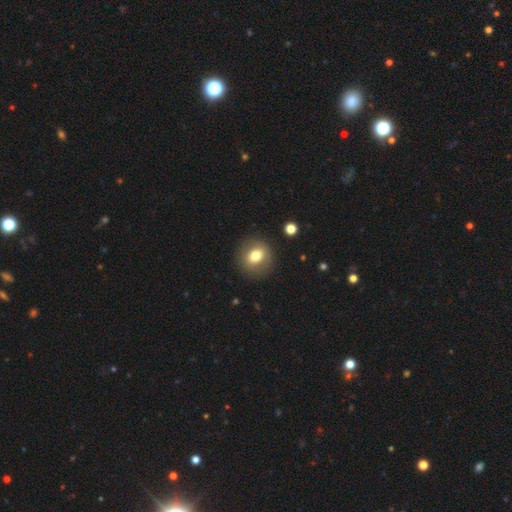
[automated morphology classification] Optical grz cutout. It shows a smooth galaxy with no disk features (72%) that is round (76%). Merging: none (87%).